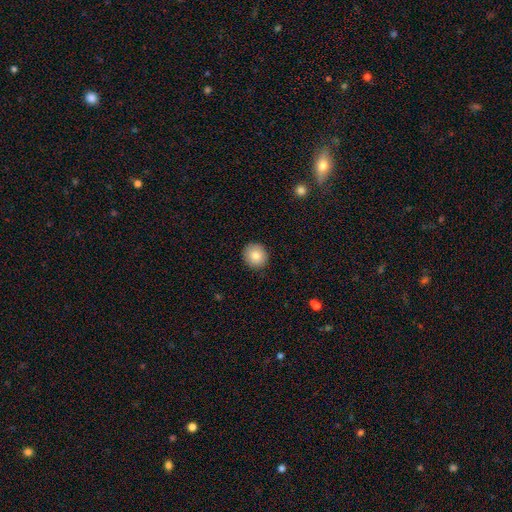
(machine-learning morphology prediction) Smooth or featured? Predicted: smooth (p=0.86). How rounded? Predicted: round (p=0.88). Merging? Predicted: none (p=0.91).